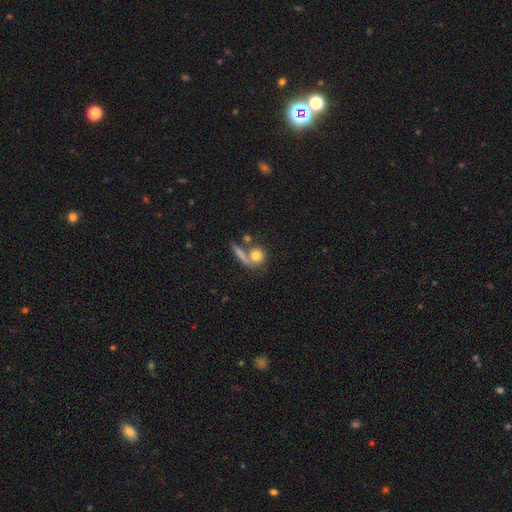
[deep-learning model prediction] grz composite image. It shows a smooth galaxy with no disk features (76%) that is round (80%). Merging: none (51%).